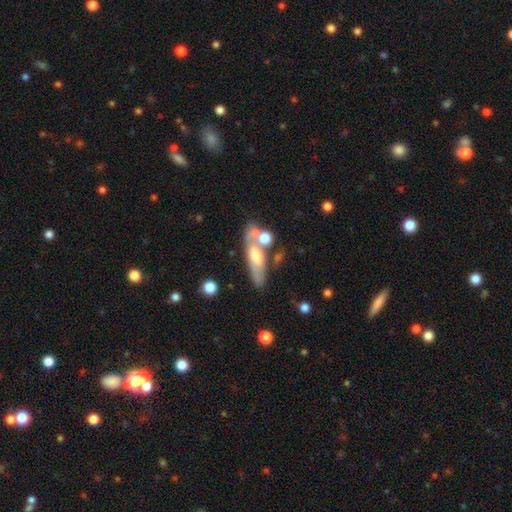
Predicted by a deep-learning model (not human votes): featured or disk 50%, smooth 40%, star or artifact 9%. Down the decision tree: edge-on disk — no (51%); merging — none (49%).